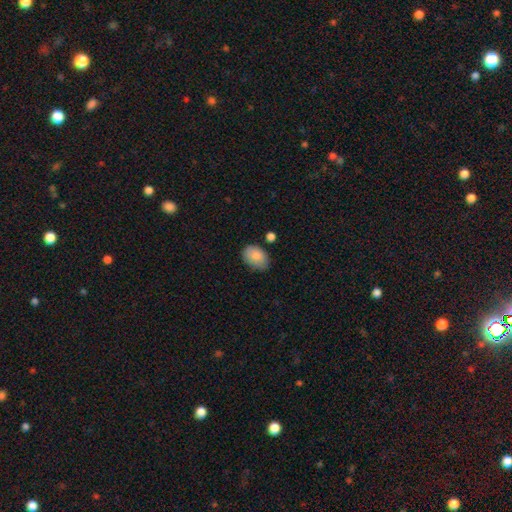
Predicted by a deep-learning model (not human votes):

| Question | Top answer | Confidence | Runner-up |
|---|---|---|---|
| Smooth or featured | smooth | 83% | featured or disk (9%) |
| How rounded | in between | 82% | round (17%) |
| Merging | none | 69% | minor disturbance (23%) |